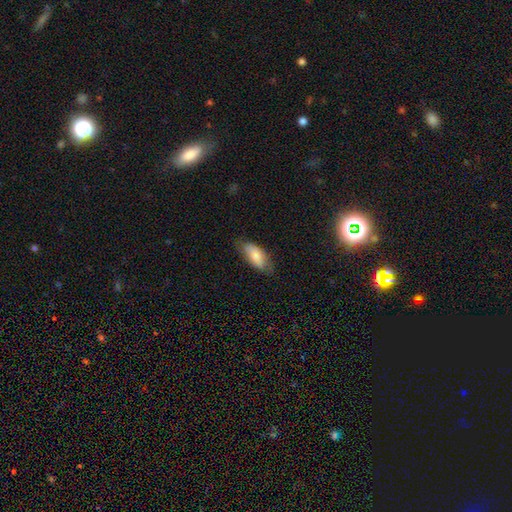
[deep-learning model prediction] Morphology: type=smooth (75%); roundness=in between (87%); merging=none (68%).